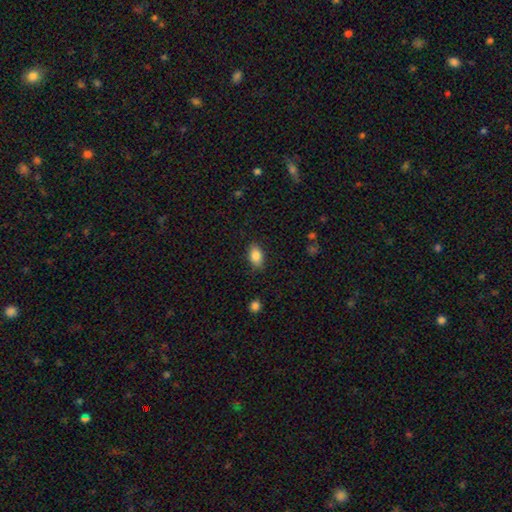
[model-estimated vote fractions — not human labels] A smooth galaxy with no disk features (86%) that is in between round and cigar-shaped (89%). Merging: none (84%).